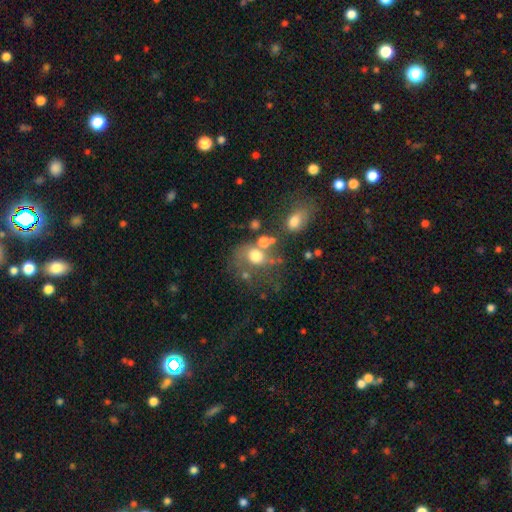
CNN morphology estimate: smooth 61%, featured or disk 24%, star or artifact 14%. Down the decision tree: how rounded — round (58%); merging — none (34%).